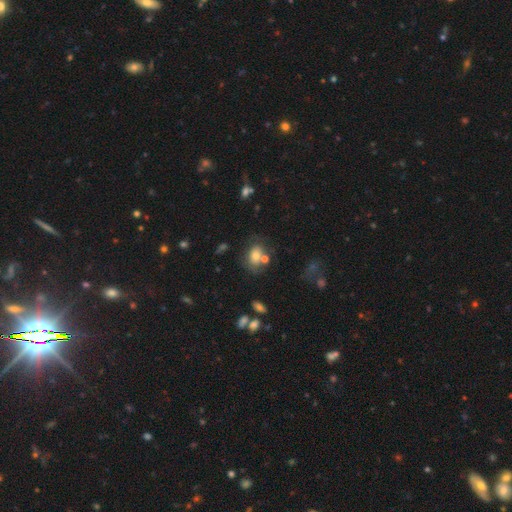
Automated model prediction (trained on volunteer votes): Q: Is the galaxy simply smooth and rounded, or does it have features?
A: smooth — 73%.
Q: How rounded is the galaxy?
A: in between — 74%.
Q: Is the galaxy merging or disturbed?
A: none — 51%.